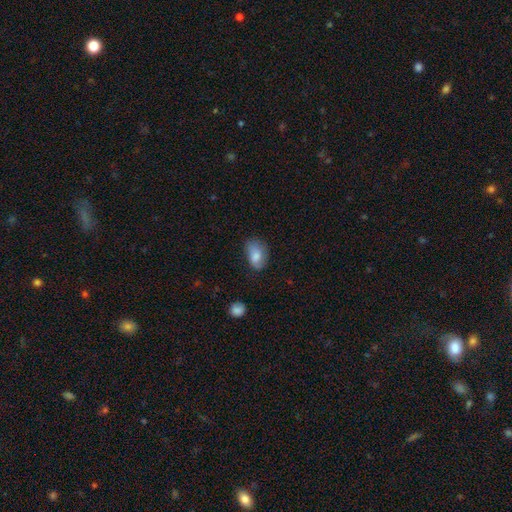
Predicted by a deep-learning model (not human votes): A smooth galaxy with no disk features (78%) that is in between round and cigar-shaped (86%). Merging: none (53%).